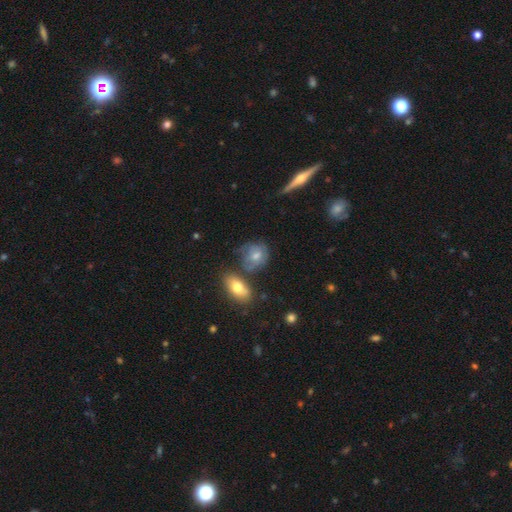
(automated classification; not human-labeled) A smooth galaxy with no disk features (60%) that is round (56%). Merging: none (48%).